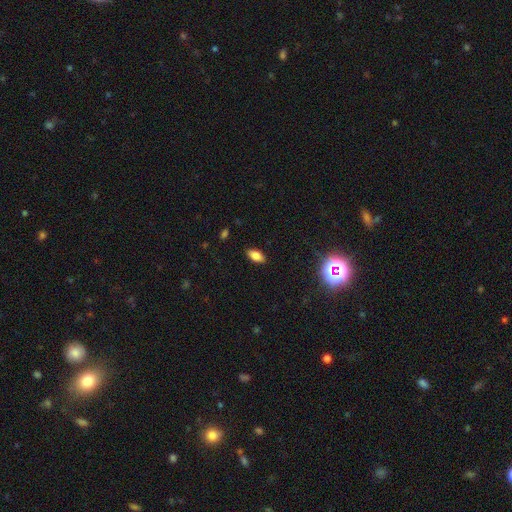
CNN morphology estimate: This is likely a smooth galaxy (79%). How rounded: clearly in between (90%). Merging: clearly none (88%).